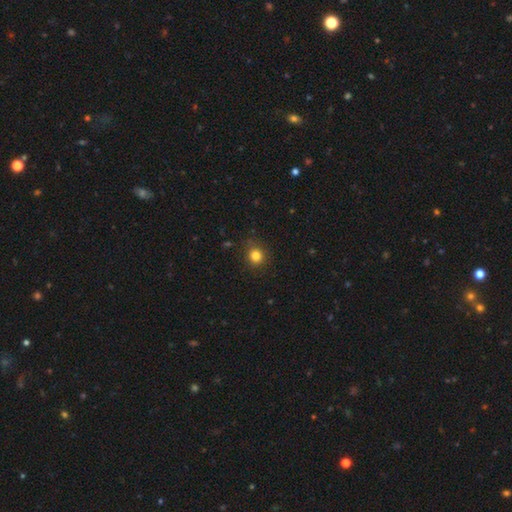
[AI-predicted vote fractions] smooth_or_featured: smooth (p=0.82) [alt: star or artifact p=0.13]
how_rounded: round (p=0.86) [alt: in between p=0.13]
merging: none (p=0.86) [alt: minor disturbance p=0.10]